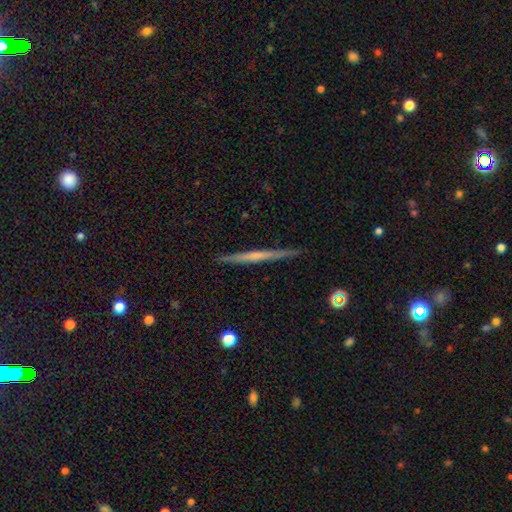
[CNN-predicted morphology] Q: Smooth or featured?
A: featured or disk (60%); runner-up: smooth (34%)
Q: Edge-on disk?
A: yes (98%); runner-up: no (2%)
Q: Edge-on bulge?
A: none (72%); runner-up: rounded (21%)
Q: Merging?
A: none (89%); runner-up: minor disturbance (8%)